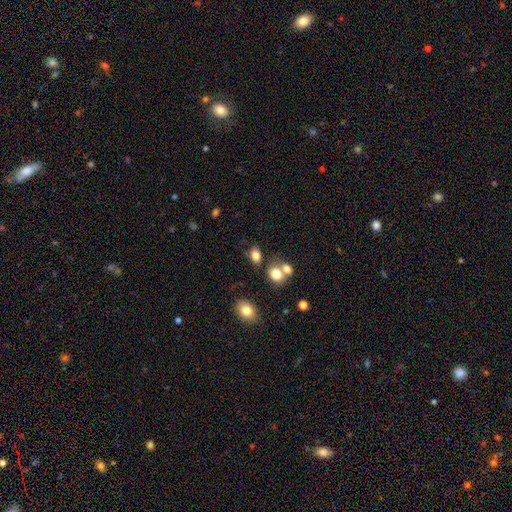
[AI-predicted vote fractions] Smooth or featured? smooth (80%)
How rounded? in between (72%)
Merging? none (62%)